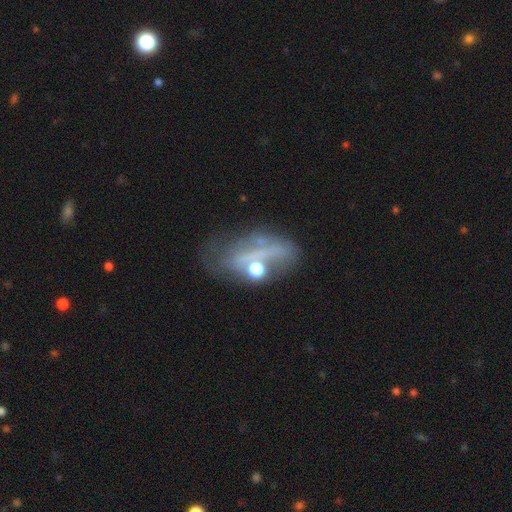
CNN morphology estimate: Smooth or featured? featured or disk (50%)
Edge-on disk? no (82%)
Merging? none (41%)